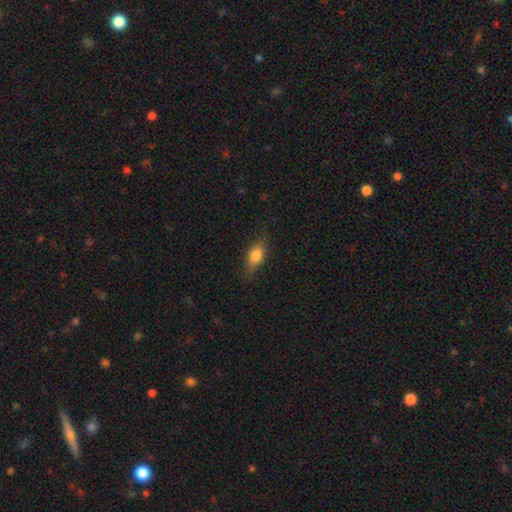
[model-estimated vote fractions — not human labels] smooth_or_featured: smooth (p=0.80) [alt: featured or disk p=0.13]
how_rounded: in between (p=0.82) [alt: cigar-shaped p=0.11]
merging: none (p=0.78) [alt: minor disturbance p=0.16]